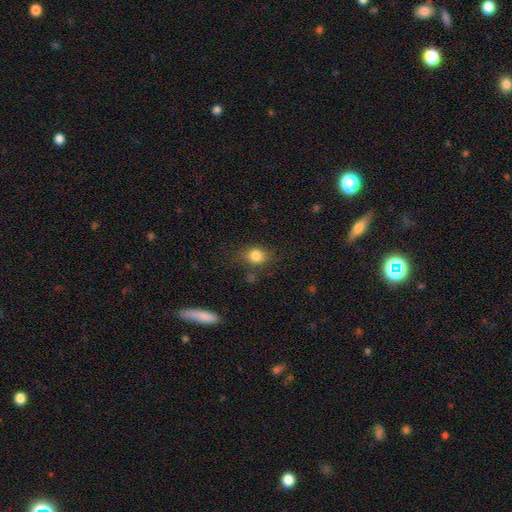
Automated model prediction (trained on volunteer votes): Smooth or featured?
  - smooth: 82% *
  - star or artifact: 11%
  - featured or disk: 7%
How rounded?
  - round: 54% *
  - in between: 44%
  - cigar-shaped: 2%
Merging?
  - none: 72% *
  - minor disturbance: 18%
  - major disturbance: 6%
  - merger: 4%